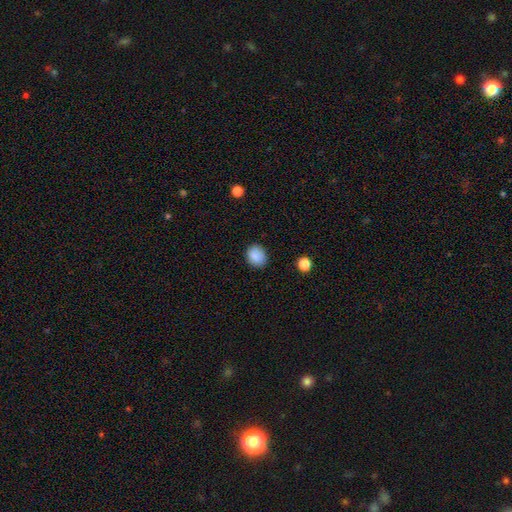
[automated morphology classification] Smooth or featured? smooth (88%)
How rounded? round (64%)
Merging? none (86%)